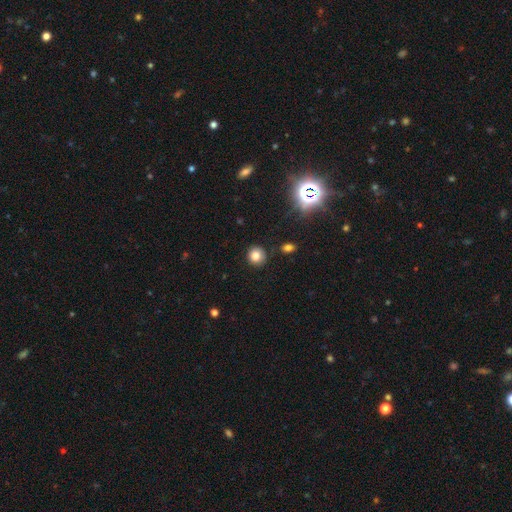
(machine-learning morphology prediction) Smooth or featured? smooth (79%)
How rounded? round (88%)
Merging? none (87%)